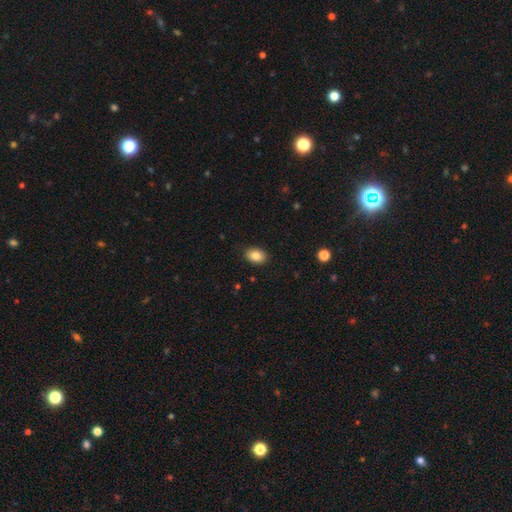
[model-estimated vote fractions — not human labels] Smooth or featured: smooth — 85% (star or artifact — 8%)
How rounded: in between — 82% (round — 17%)
Merging: none — 88% (minor disturbance — 9%)